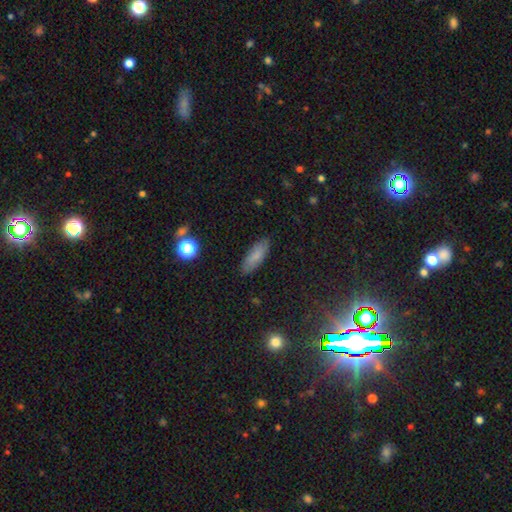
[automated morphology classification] This is likely a smooth galaxy (79%). How rounded: likely in between (65%). Merging: clearly none (87%).